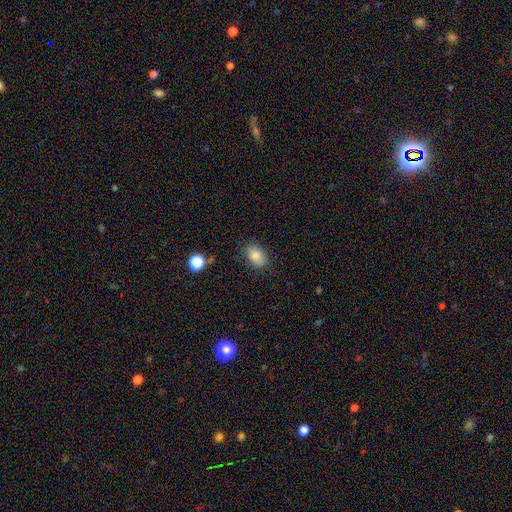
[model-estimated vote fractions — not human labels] Q: Smooth or featured?
A: smooth (83%); runner-up: star or artifact (9%)
Q: How rounded?
A: in between (86%); runner-up: round (13%)
Q: Merging?
A: none (83%); runner-up: minor disturbance (12%)